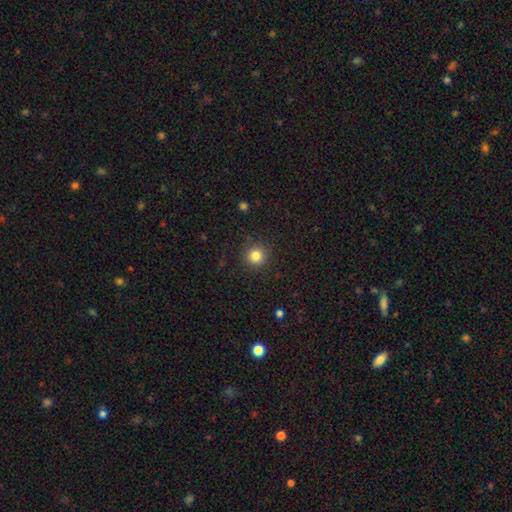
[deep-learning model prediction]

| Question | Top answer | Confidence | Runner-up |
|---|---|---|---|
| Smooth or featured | smooth | 83% | star or artifact (12%) |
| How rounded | round | 94% | in between (5%) |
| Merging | none | 90% | minor disturbance (7%) |